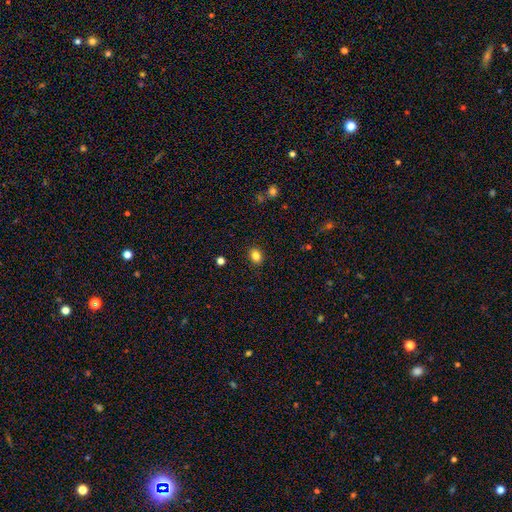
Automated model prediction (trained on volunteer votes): Smooth or featured?
  - smooth: 83% *
  - star or artifact: 11%
  - featured or disk: 6%
How rounded?
  - in between: 60% *
  - round: 38%
  - cigar-shaped: 1%
Merging?
  - none: 88% *
  - minor disturbance: 9%
  - major disturbance: 2%
  - merger: 1%